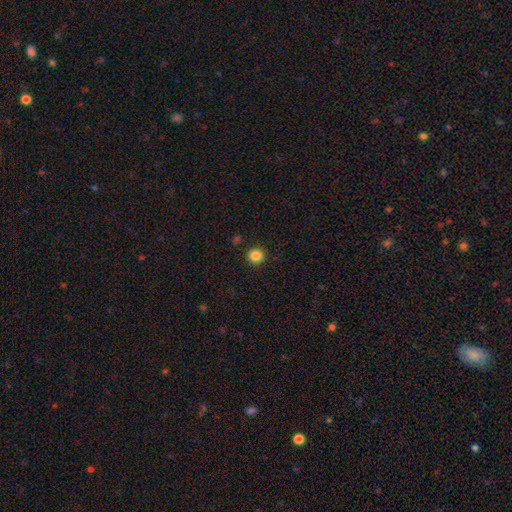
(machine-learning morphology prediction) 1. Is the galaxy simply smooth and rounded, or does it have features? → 85% smooth, 11% star or artifact, 4% featured or disk.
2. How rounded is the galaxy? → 93% round, 6% in between, 1% cigar-shaped.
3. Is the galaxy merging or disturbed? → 92% none, 5% minor disturbance, 2% major disturbance, 2% merger.